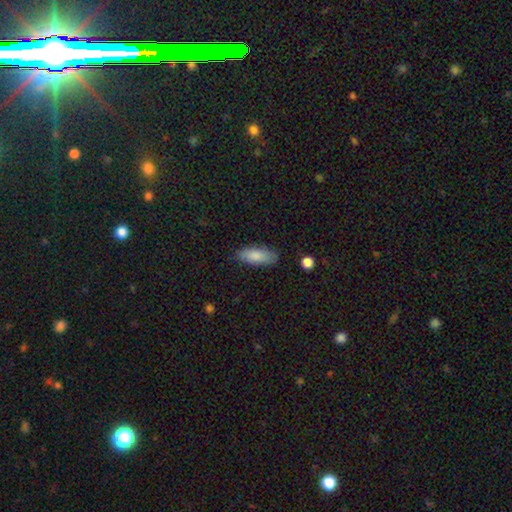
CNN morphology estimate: Smooth or featured? Predicted: smooth (p=0.84). How rounded? Predicted: in between (p=0.75). Merging? Predicted: none (p=0.82).